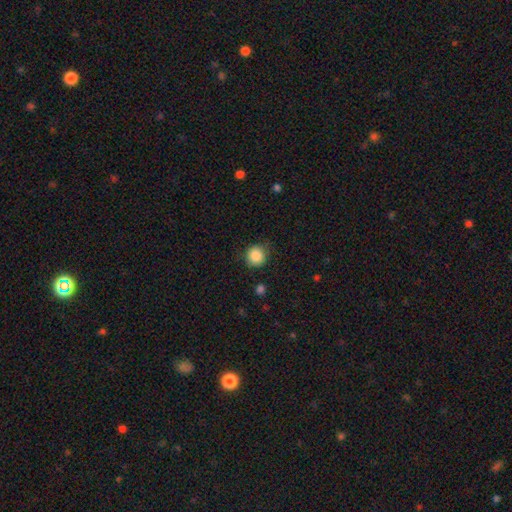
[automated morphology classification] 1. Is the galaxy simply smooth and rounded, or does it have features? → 87% smooth, 9% star or artifact, 4% featured or disk.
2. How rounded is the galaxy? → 90% round, 9% in between, 1% cigar-shaped.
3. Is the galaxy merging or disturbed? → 80% none, 15% minor disturbance, 4% major disturbance, 2% merger.